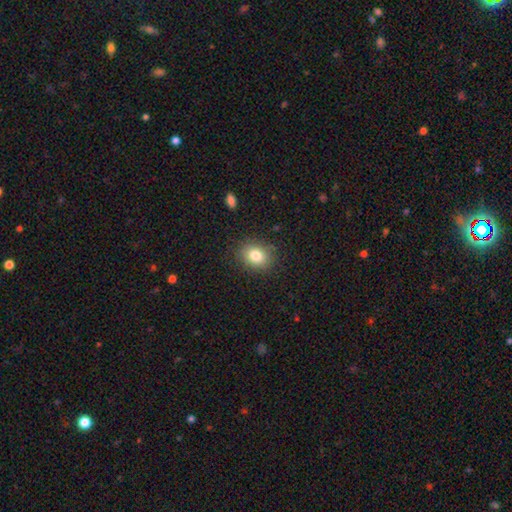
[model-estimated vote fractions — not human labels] The model was most divided on "how rounded": round: 55%, in between: 44%, cigar-shaped: 1%. More confident: merging — none (86%); smooth or featured — smooth (81%).